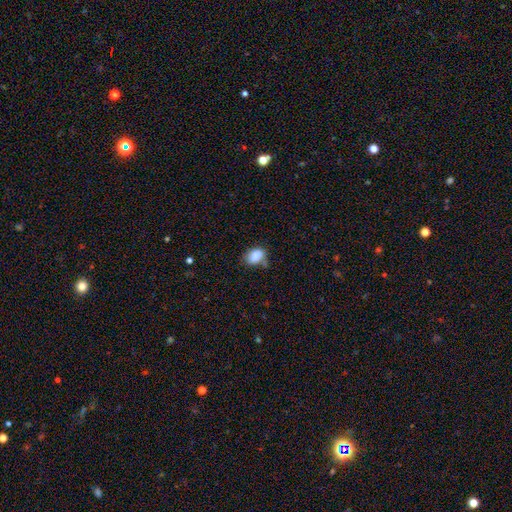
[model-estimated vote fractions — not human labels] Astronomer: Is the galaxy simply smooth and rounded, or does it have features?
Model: smooth — 83%.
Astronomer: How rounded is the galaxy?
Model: in between — 78%.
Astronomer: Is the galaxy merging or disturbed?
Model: none — 53%.